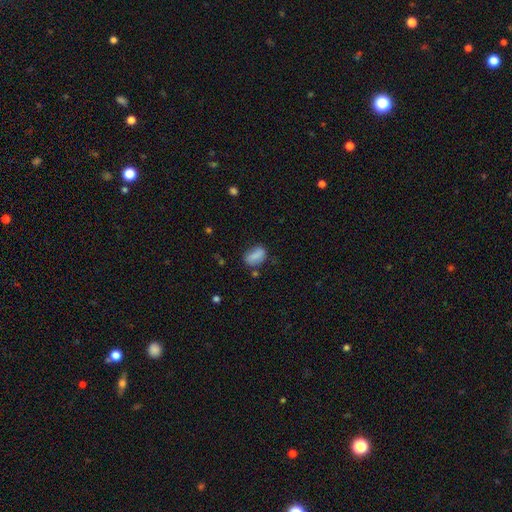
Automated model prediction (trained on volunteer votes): smooth-or-featured: smooth: 82% | featured or disk: 10% | star or artifact: 8%
  how-rounded: in between: 85% | round: 11% | cigar-shaped: 4%
  merging: none: 65% | minor disturbance: 23% | major disturbance: 6% | merger: 6%